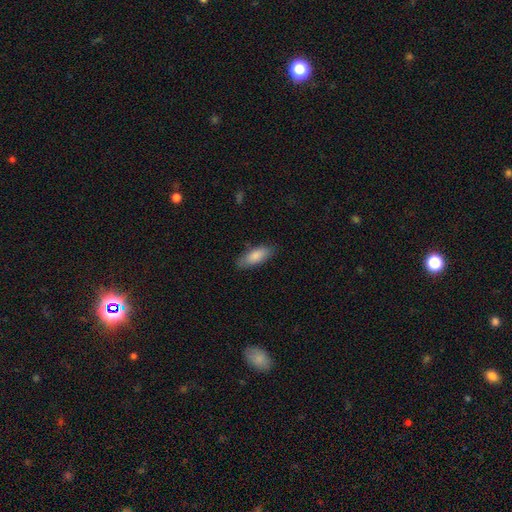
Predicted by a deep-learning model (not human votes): smooth-or-featured: smooth: 85% | featured or disk: 9% | star or artifact: 6%
  how-rounded: in between: 75% | cigar-shaped: 23% | round: 2%
  merging: none: 83% | minor disturbance: 13% | major disturbance: 3% | merger: 1%